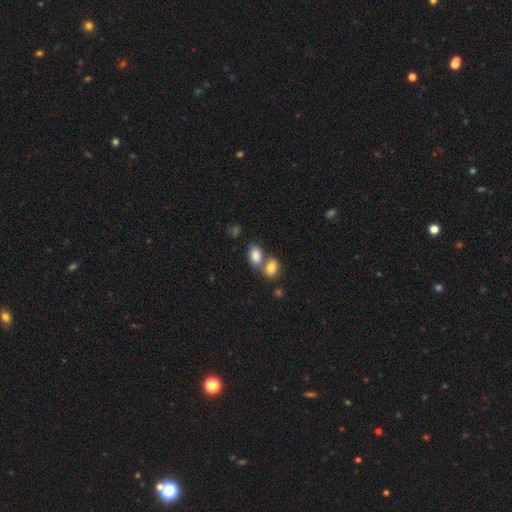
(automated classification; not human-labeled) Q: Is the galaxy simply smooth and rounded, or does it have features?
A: smooth — 84%.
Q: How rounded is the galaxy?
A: in between — 85%.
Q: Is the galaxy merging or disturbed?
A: merger — 47%.